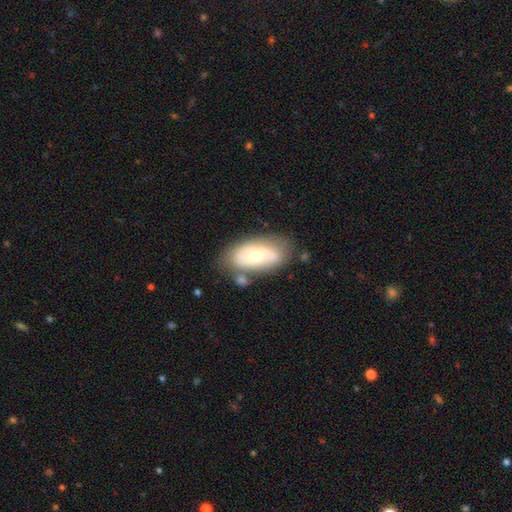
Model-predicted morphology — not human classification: Q: Smooth or featured?
A: featured or disk (63%); runner-up: smooth (31%)
Q: Edge-on disk?
A: no (92%); runner-up: yes (8%)
Q: Bar?
A: no (51%); runner-up: weak (36%)
Q: Spiral arms?
A: yes (72%); runner-up: no (28%)
Q: Bulge size?
A: moderate (62%); runner-up: small (31%)
Q: Merging?
A: none (64%); runner-up: minor disturbance (19%)